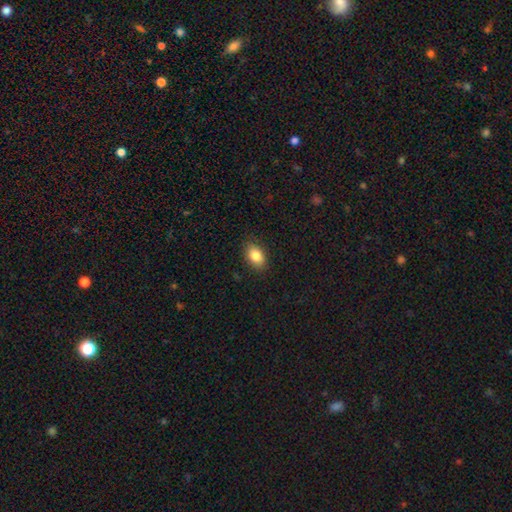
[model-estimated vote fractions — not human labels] smooth 85%, star or artifact 8%, featured or disk 7%. Down the decision tree: how rounded — in between (89%); merging — none (86%).